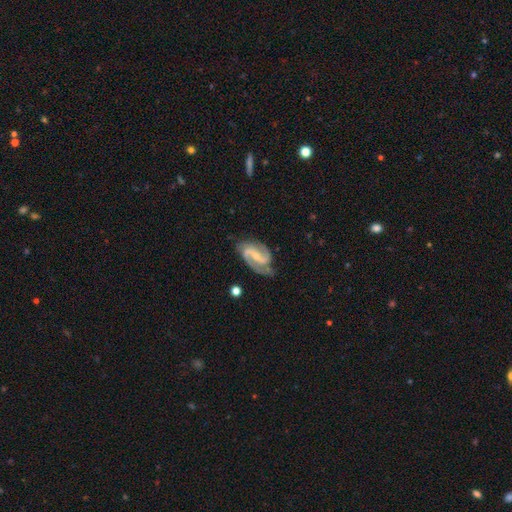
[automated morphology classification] type=featured or disk (91%); edge-on=no (97%); bar=weak (42%); spiral arms=yes (98%); winding=medium (55%); arm count=2 (89%); bulge=small (68%); merging=none (71%).